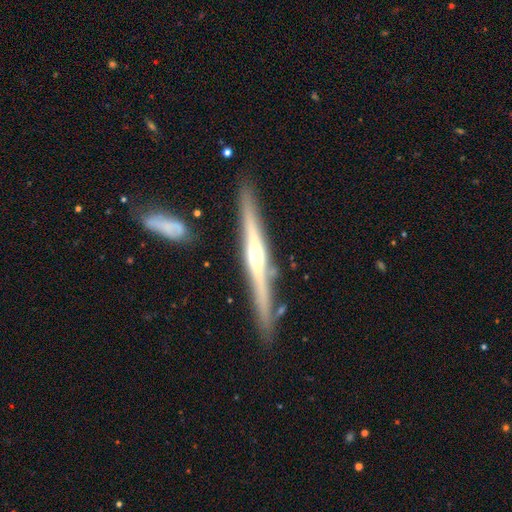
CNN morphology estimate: smooth-or-featured: featured or disk: 78% | smooth: 17% | star or artifact: 5%
  disk-edge-on: yes: 98% | no: 2%
    edge-on-bulge: rounded: 81% | none: 12% | boxy: 7%
  merging: none: 86% | minor disturbance: 9% | merger: 3% | major disturbance: 2%